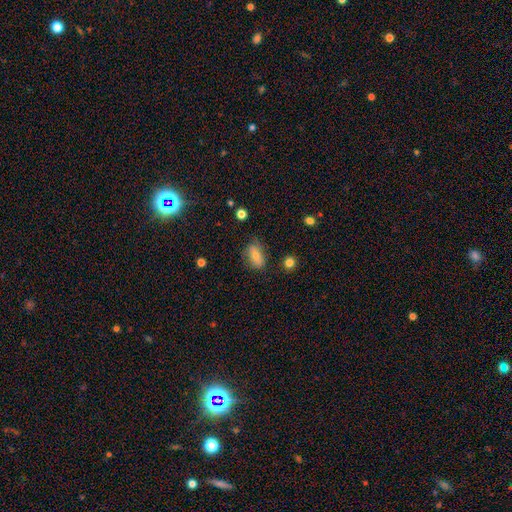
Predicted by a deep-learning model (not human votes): This is likely a smooth galaxy (65%). How rounded: clearly in between (83%). Merging: likely none (65%).